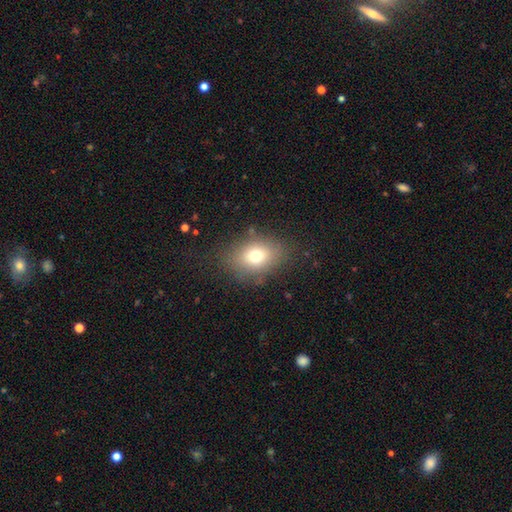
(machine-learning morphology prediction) Overall: smooth (73%). How rounded: in between (67%; round 31%). Merging: none (80%).